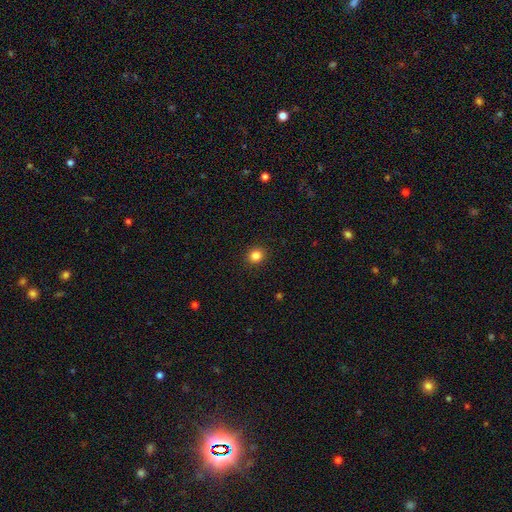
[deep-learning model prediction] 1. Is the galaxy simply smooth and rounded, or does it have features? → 84% smooth, 11% star or artifact, 4% featured or disk.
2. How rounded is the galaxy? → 86% round, 13% in between, 1% cigar-shaped.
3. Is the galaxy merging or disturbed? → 92% none, 5% minor disturbance, 2% major disturbance, 1% merger.